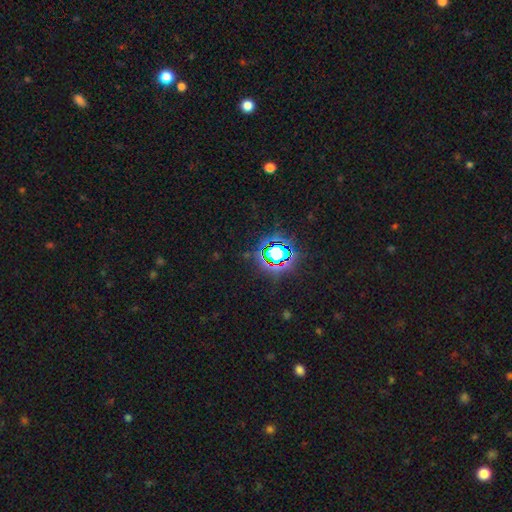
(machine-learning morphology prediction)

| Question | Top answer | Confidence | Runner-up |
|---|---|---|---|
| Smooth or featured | star or artifact | 82% | smooth (11%) |